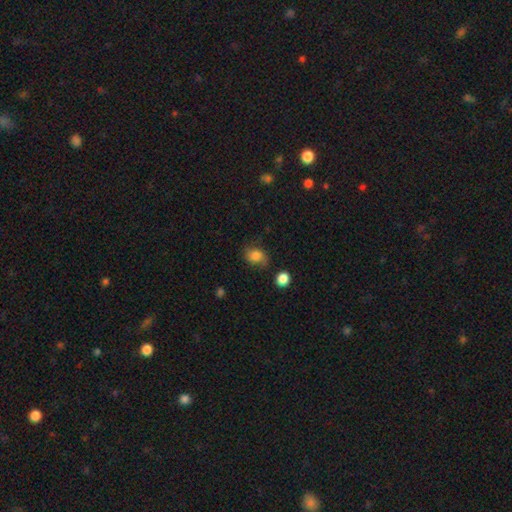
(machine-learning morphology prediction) smooth-or-featured: smooth: 74% | featured or disk: 15% | star or artifact: 11%
  how-rounded: in between: 52% | round: 47% | cigar-shaped: 1%
  merging: none: 64% | minor disturbance: 24% | major disturbance: 8% | merger: 4%